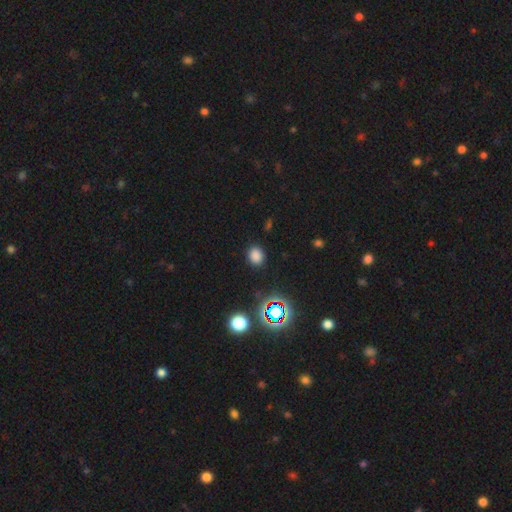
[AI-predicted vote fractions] Morphology: type=smooth (77%); roundness=round (61%); merging=none (88%).